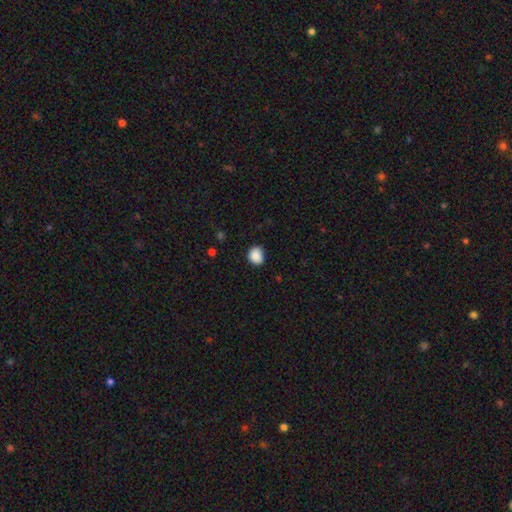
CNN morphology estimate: type=smooth (88%); roundness=round (64%); merging=none (80%).